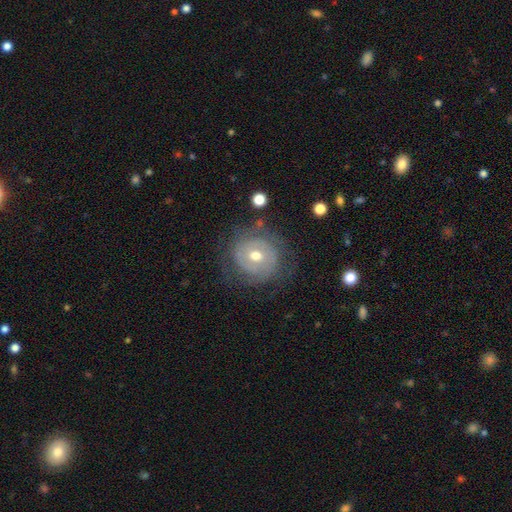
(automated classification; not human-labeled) Smooth or featured: featured or disk — 65% (smooth — 27%)
Edge-on disk: no — 96% (yes — 4%)
Bar: no — 66% (weak — 26%)
Spiral arms: yes — 65% (no — 35%)
Bulge size: moderate — 70% (small — 25%)
Merging: none — 72% (minor disturbance — 17%)